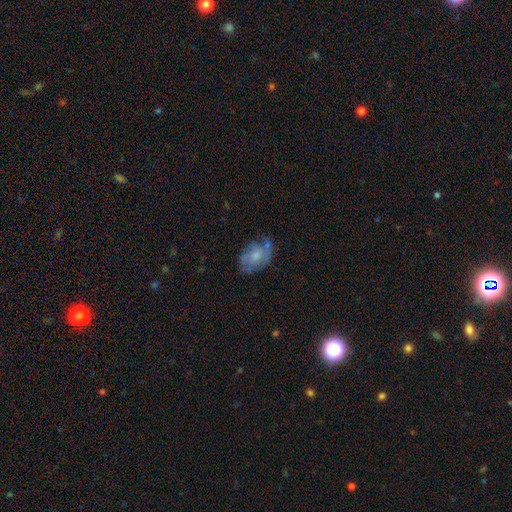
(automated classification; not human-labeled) Smooth or featured?
  - smooth: 57% *
  - featured or disk: 36%
  - star or artifact: 8%
How rounded?
  - in between: 84% *
  - round: 15%
  - cigar-shaped: 1%
Merging?
  - none: 48% *
  - minor disturbance: 31%
  - major disturbance: 16%
  - merger: 5%